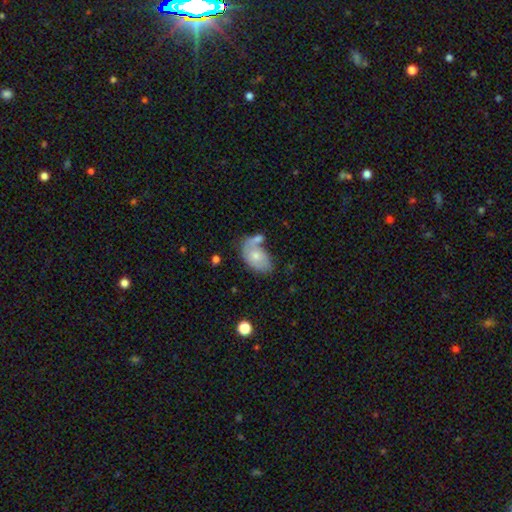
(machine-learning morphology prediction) A smooth galaxy with no disk features (62%) that is in between round and cigar-shaped (89%). Merging: merger (35%).